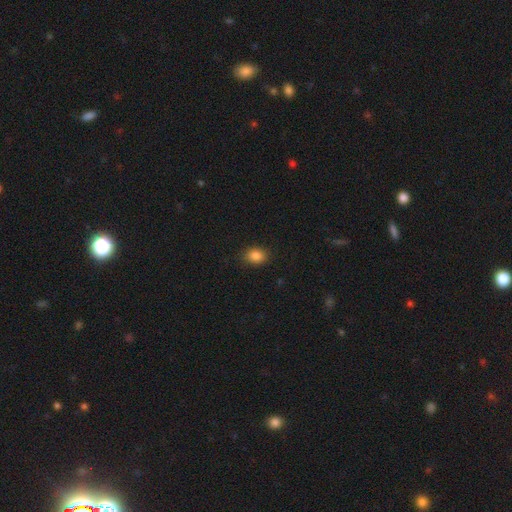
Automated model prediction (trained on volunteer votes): Smooth or featured?
  - smooth: 85% *
  - star or artifact: 10%
  - featured or disk: 5%
How rounded?
  - in between: 62% *
  - round: 37%
  - cigar-shaped: 1%
Merging?
  - none: 88% *
  - minor disturbance: 9%
  - major disturbance: 2%
  - merger: 1%